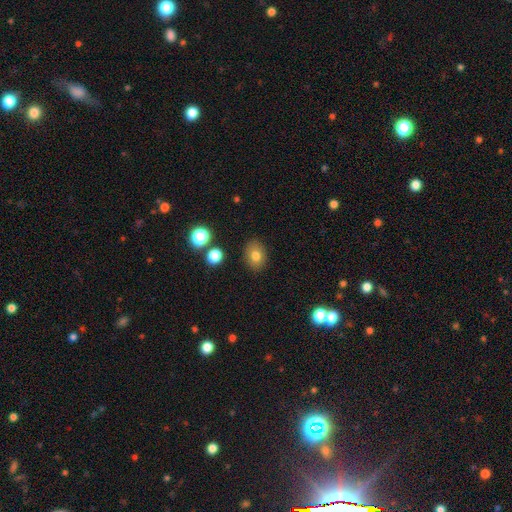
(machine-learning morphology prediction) Smooth or featured: smooth — 78% (star or artifact — 11%)
How rounded: in between — 63% (round — 36%)
Merging: none — 86% (minor disturbance — 9%)